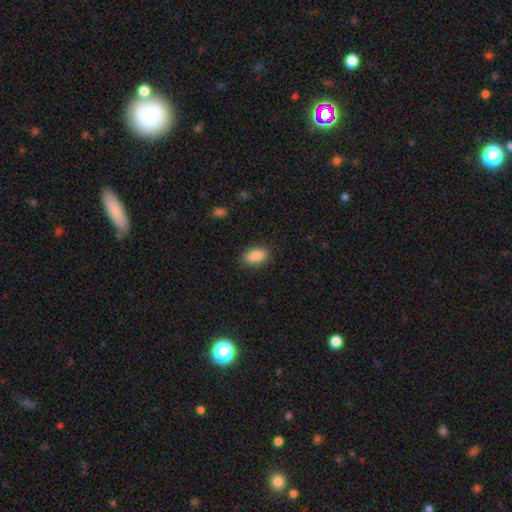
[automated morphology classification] A smooth galaxy with no disk features (87%) that is in between round and cigar-shaped (90%).

Vote fractions:
- Smooth or featured? smooth: 87% / star or artifact: 7% / featured or disk: 5%
- How rounded? in between: 90% / round: 7% / cigar-shaped: 2%
- Merging? none: 86% / minor disturbance: 10% / major disturbance: 3% / merger: 1%